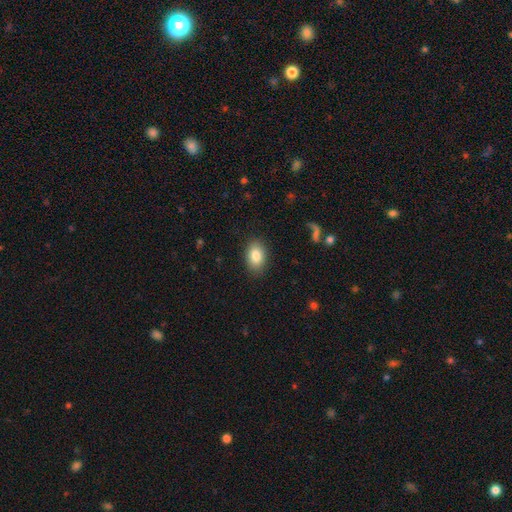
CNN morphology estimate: This is clearly a smooth galaxy (84%). How rounded: clearly in between (87%). Merging: clearly none (87%).